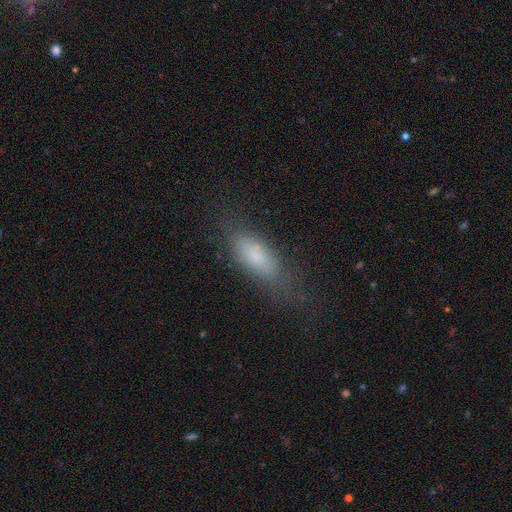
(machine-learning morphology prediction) A smooth galaxy with no disk features (76%) that is in between round and cigar-shaped (67%). Merging: none (66%).